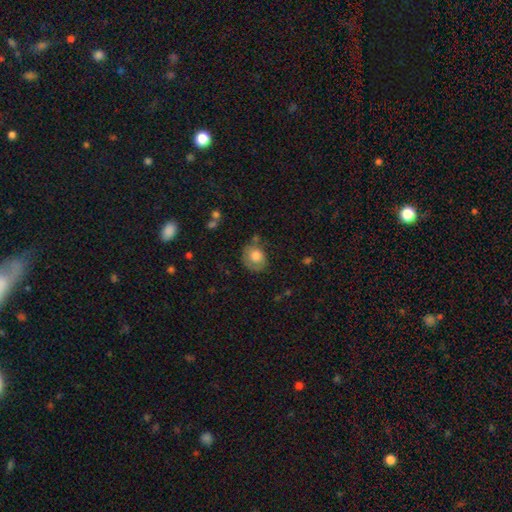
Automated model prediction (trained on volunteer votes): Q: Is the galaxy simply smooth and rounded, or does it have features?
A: smooth — 73%.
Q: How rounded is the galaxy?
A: round — 63%.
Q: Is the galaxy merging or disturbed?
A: none — 57%.